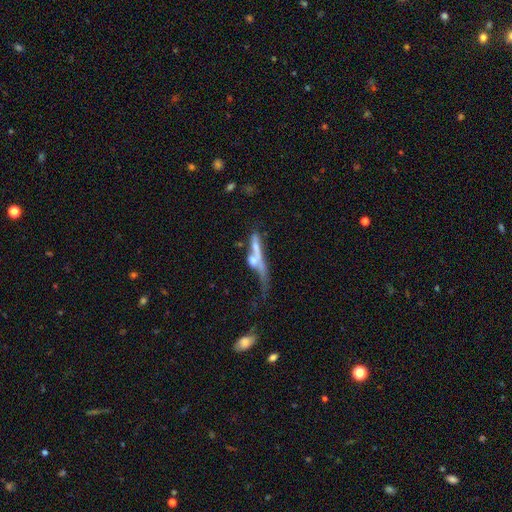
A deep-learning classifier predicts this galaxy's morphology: Q: Smooth or featured?
A: featured or disk (50%); runner-up: smooth (40%)
Q: Merging?
A: merger (42%); runner-up: major disturbance (24%)